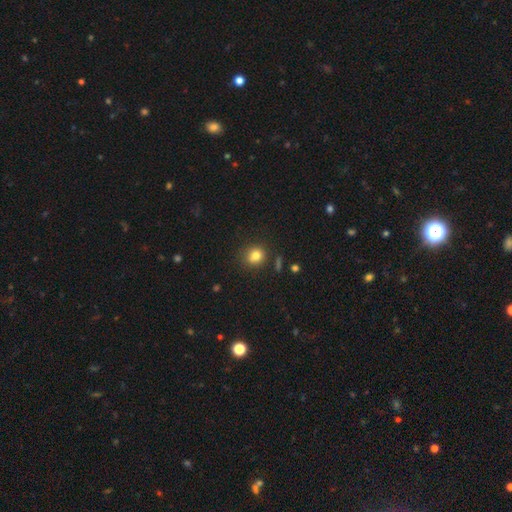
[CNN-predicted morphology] Smooth or featured: smooth — 80% (star or artifact — 13%)
How rounded: round — 81% (in between — 18%)
Merging: none — 80% (minor disturbance — 12%)